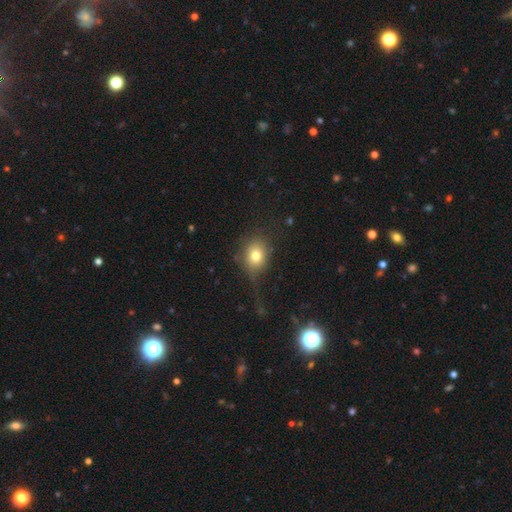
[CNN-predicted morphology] smooth_or_featured: smooth (p=0.77) [alt: featured or disk p=0.12]
how_rounded: round (p=0.58) [alt: in between p=0.41]
merging: none (p=0.62) [alt: minor disturbance p=0.21]